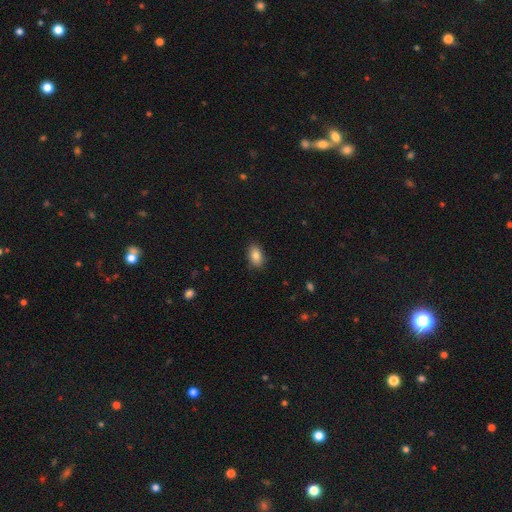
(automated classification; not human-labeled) Smooth or featured? smooth (84%)
How rounded? in between (90%)
Merging? none (87%)